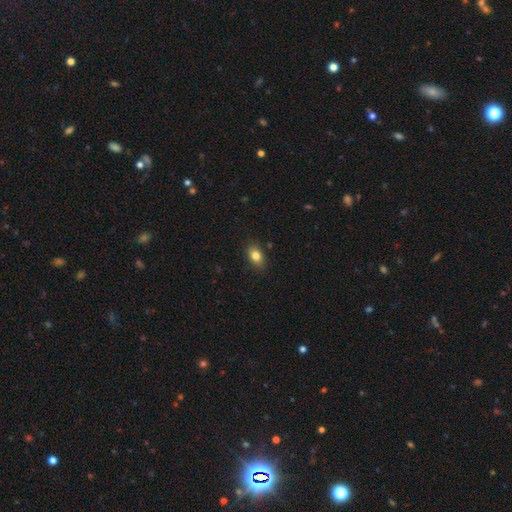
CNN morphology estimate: Overall: smooth (83%). How rounded: in between (84%). Merging: none (86%).